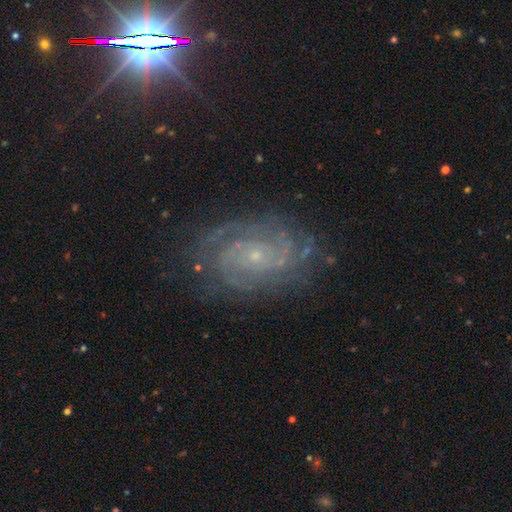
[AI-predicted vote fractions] Q: Smooth or featured?
A: featured or disk (85%); runner-up: star or artifact (10%)
Q: Edge-on disk?
A: no (97%); runner-up: yes (3%)
Q: Bar?
A: no (73%); runner-up: weak (21%)
Q: Spiral arms?
A: yes (98%); runner-up: no (2%)
Q: Spiral winding?
A: tight (70%); runner-up: medium (25%)
Q: Spiral arm count?
A: 2 (33%); runner-up: can't tell (21%)
Q: Bulge size?
A: small (84%); runner-up: moderate (10%)
Q: Merging?
A: none (79%); runner-up: minor disturbance (14%)